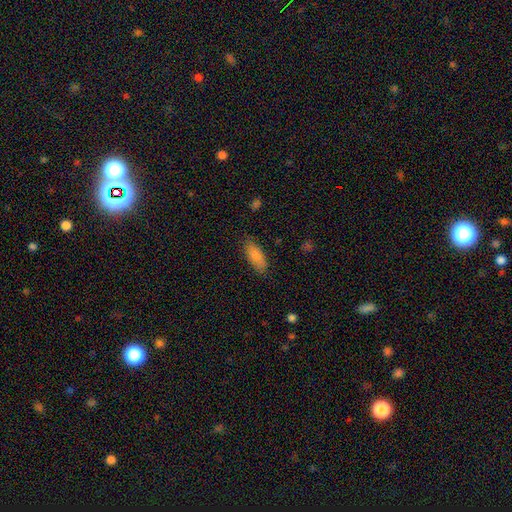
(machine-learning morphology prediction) Smooth or featured? Predicted: smooth (p=0.85). How rounded? Predicted: in between (p=0.79). Merging? Predicted: none (p=0.82).